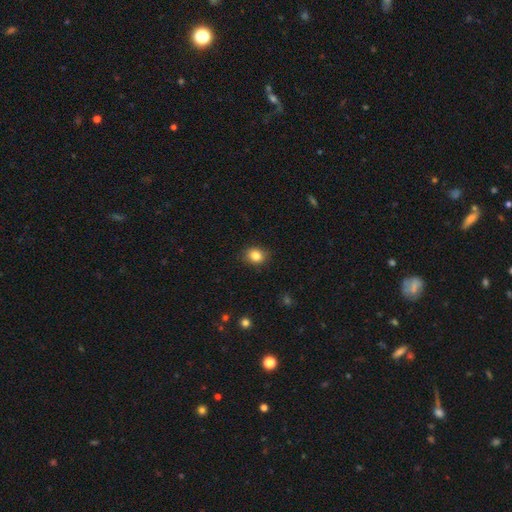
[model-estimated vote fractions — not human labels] This is clearly a smooth galaxy (83%). How rounded: likely round (60%). Merging: clearly none (86%).